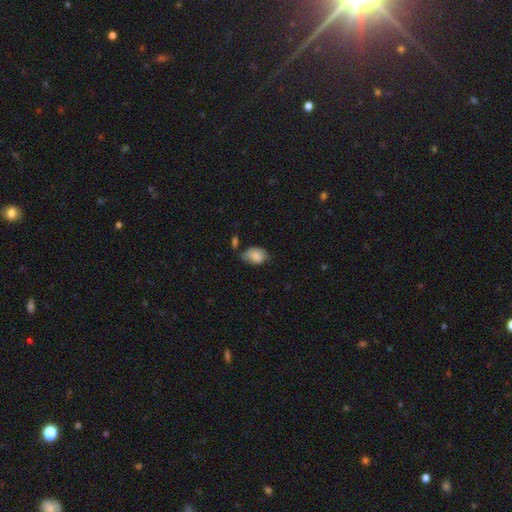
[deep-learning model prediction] This is clearly a smooth galaxy (80%). How rounded: clearly in between (84%). Merging: marginally none (45%).